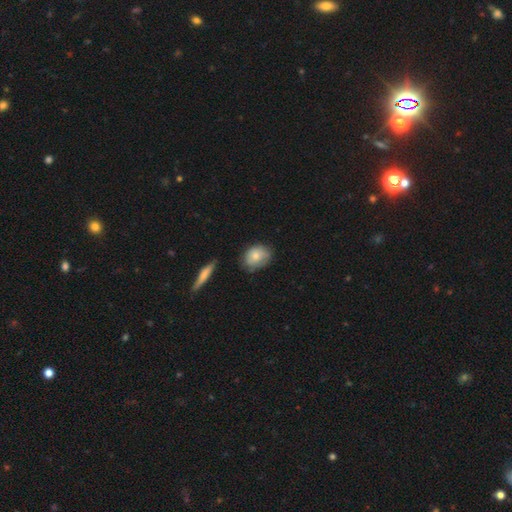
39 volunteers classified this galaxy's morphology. Smooth or featured? smooth (72%)
How rounded? in between (57%)
Merging? none (67%)